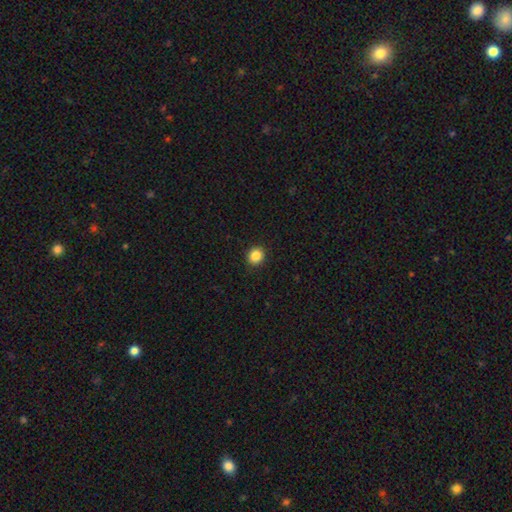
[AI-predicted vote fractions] smooth_or_featured: smooth (p=0.86) [alt: star or artifact p=0.10]
how_rounded: round (p=0.82) [alt: in between p=0.17]
merging: none (p=0.92) [alt: minor disturbance p=0.05]